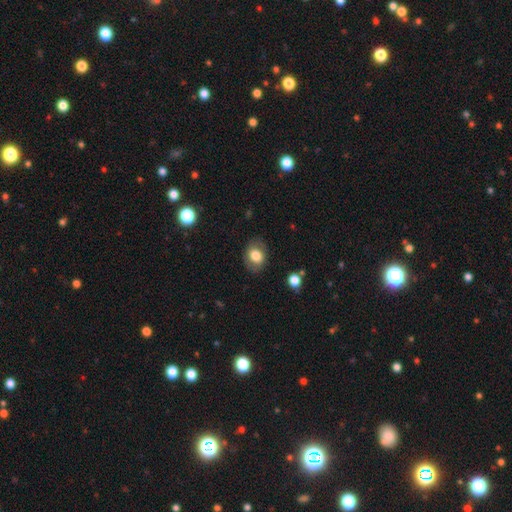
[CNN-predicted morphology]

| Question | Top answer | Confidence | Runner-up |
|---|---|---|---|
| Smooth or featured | smooth | 77% | featured or disk (15%) |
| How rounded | in between | 65% | round (34%) |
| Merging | none | 81% | minor disturbance (13%) |